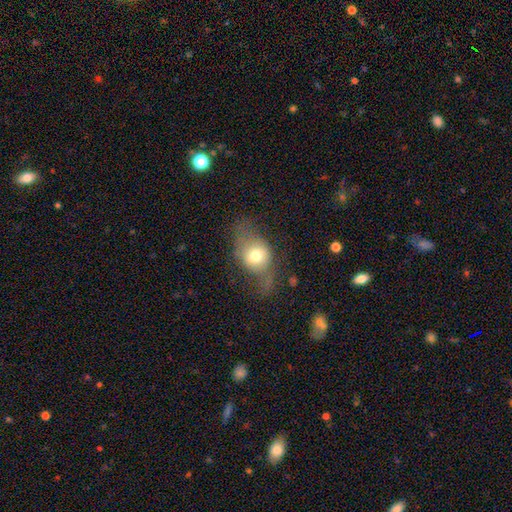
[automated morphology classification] Q: Smooth or featured?
A: smooth (57%); runner-up: featured or disk (33%)
Q: How rounded?
A: in between (50%); runner-up: round (48%)
Q: Merging?
A: none (41%); runner-up: major disturbance (30%)